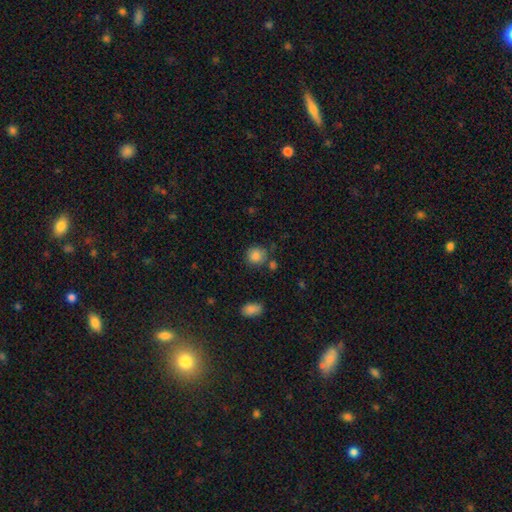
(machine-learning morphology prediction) This appears to be a smooth galaxy with no disk features (85%) that is round (86%). Merging: none (76%).